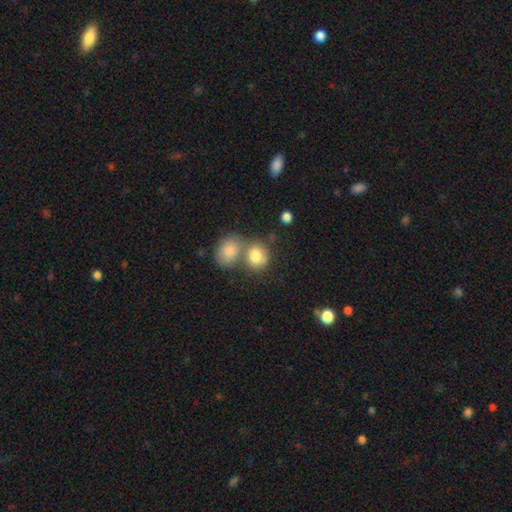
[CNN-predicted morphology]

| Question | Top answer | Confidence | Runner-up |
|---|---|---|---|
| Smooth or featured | smooth | 81% | featured or disk (11%) |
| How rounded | round | 62% | in between (37%) |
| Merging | merger | 49% | none (36%) |